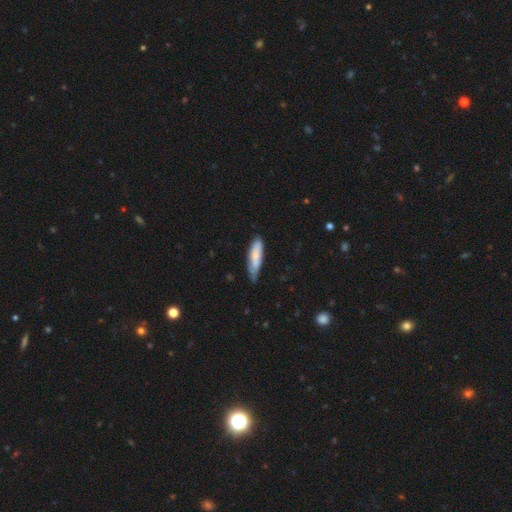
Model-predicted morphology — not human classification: Smooth or featured?
  - smooth: 72% *
  - featured or disk: 22%
  - star or artifact: 6%
How rounded?
  - cigar-shaped: 66% *
  - in between: 32%
  - round: 1%
Merging?
  - none: 58% *
  - minor disturbance: 34%
  - major disturbance: 6%
  - merger: 2%